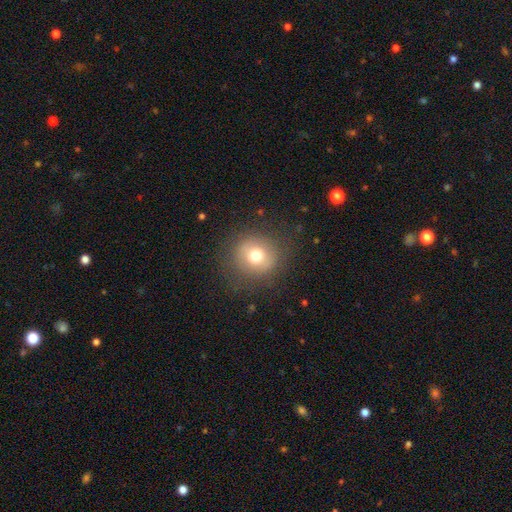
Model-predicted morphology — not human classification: Smooth or featured?
  - smooth: 71% *
  - featured or disk: 15%
  - star or artifact: 14%
How rounded?
  - round: 92% *
  - in between: 7%
  - cigar-shaped: 1%
Merging?
  - none: 84% *
  - minor disturbance: 9%
  - major disturbance: 5%
  - merger: 1%